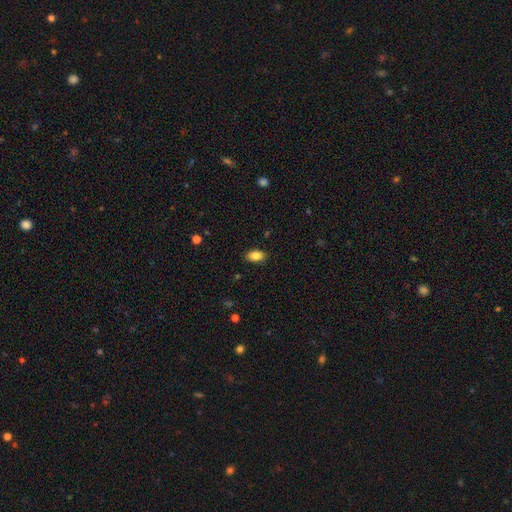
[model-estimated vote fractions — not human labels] Smooth or featured: smooth — 85% (star or artifact — 8%)
How rounded: in between — 90% (round — 7%)
Merging: none — 87% (minor disturbance — 9%)